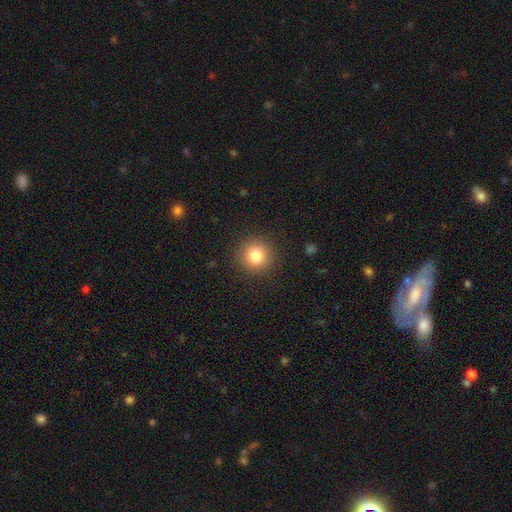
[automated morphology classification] The model was most divided on "smooth or featured": smooth: 81%, star or artifact: 12%, featured or disk: 8%. More confident: how rounded — round (95%); merging — none (91%).